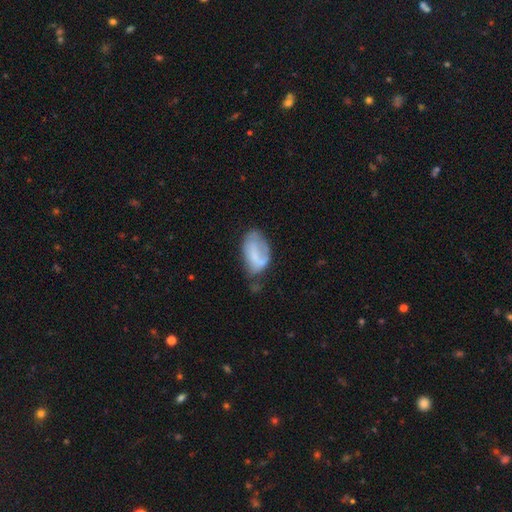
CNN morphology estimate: Smooth or featured?
  - smooth: 62% *
  - featured or disk: 30%
  - star or artifact: 8%
How rounded?
  - in between: 93% *
  - round: 5%
  - cigar-shaped: 2%
Merging?
  - none: 36% *
  - minor disturbance: 35%
  - major disturbance: 23%
  - merger: 5%